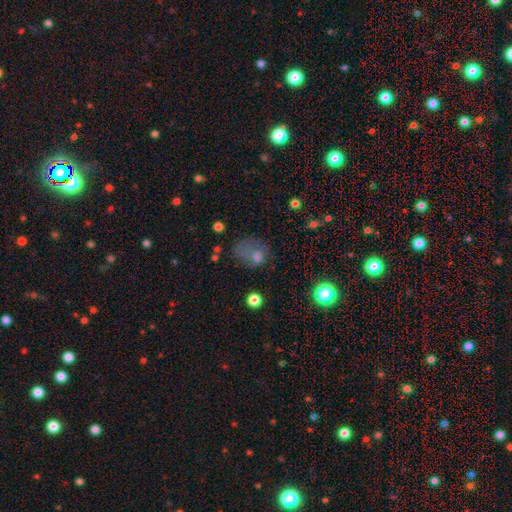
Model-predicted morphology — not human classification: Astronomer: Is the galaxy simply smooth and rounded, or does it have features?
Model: smooth — 59%.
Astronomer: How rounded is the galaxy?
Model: in between — 55% (runner-up: round, 43%).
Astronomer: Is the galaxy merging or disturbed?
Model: none — 36% (runner-up: major disturbance, 33%).